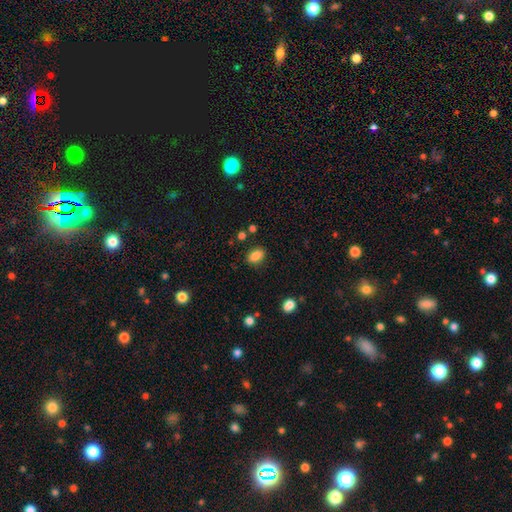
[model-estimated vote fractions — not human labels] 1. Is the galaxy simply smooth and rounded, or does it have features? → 86% smooth, 9% star or artifact, 5% featured or disk.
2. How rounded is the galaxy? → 84% in between, 13% round, 3% cigar-shaped.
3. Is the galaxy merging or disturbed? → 85% none, 9% minor disturbance, 3% major disturbance, 2% merger.